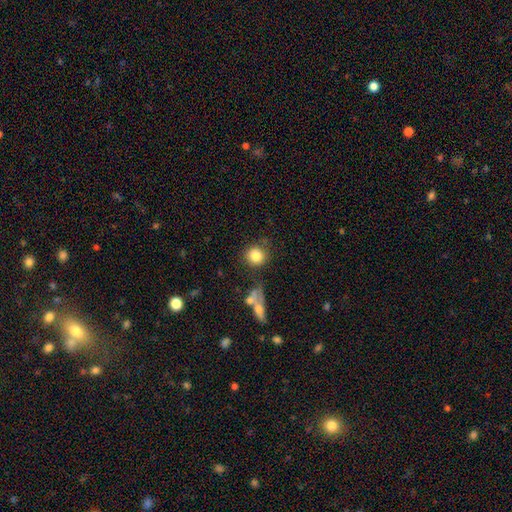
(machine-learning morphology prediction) This appears to be a smooth galaxy with no disk features (83%) that is round (86%). Merging: none (73%).